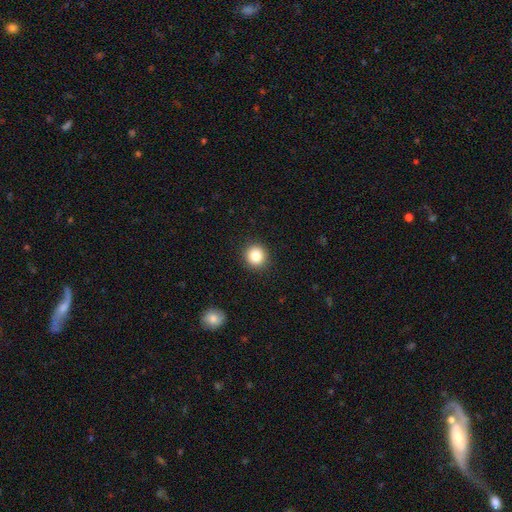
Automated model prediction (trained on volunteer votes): smooth_or_featured: smooth (p=0.83) [alt: star or artifact p=0.10]
how_rounded: round (p=0.91) [alt: in between p=0.08]
merging: none (p=0.92) [alt: minor disturbance p=0.05]